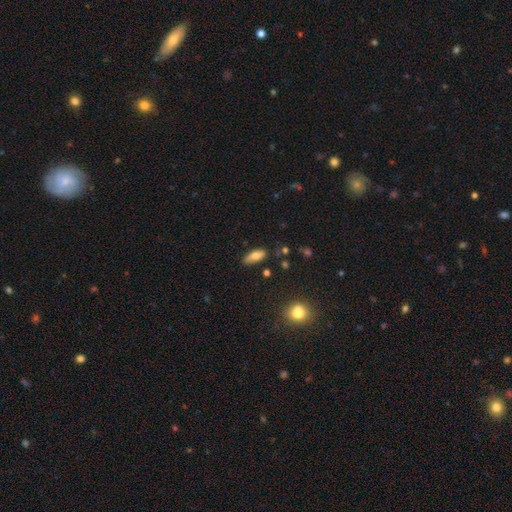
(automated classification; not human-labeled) Smooth or featured? Predicted: smooth (p=0.77). How rounded? Predicted: in between (p=0.77). Merging? Predicted: none (p=0.75).